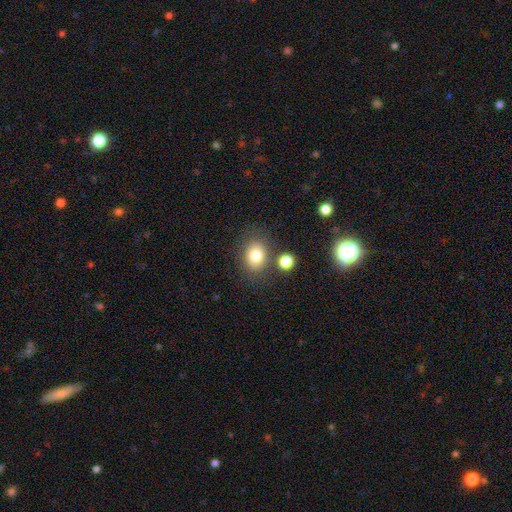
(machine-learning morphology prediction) This is likely a smooth galaxy (79%). How rounded: possibly in between (53%). Merging: likely none (74%).